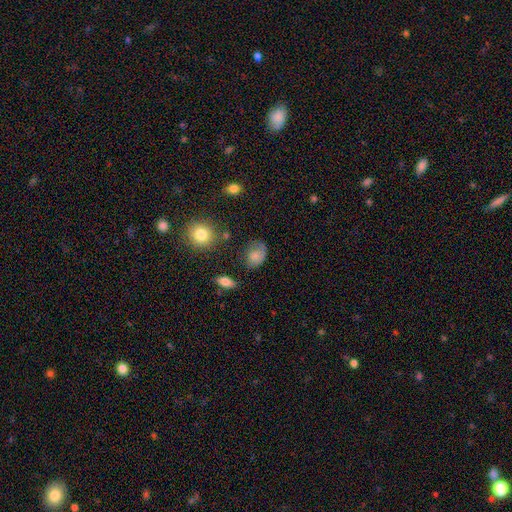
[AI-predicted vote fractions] Q: Smooth or featured?
A: smooth (73%); runner-up: featured or disk (16%)
Q: How rounded?
A: in between (64%); runner-up: round (35%)
Q: Merging?
A: none (48%); runner-up: minor disturbance (31%)